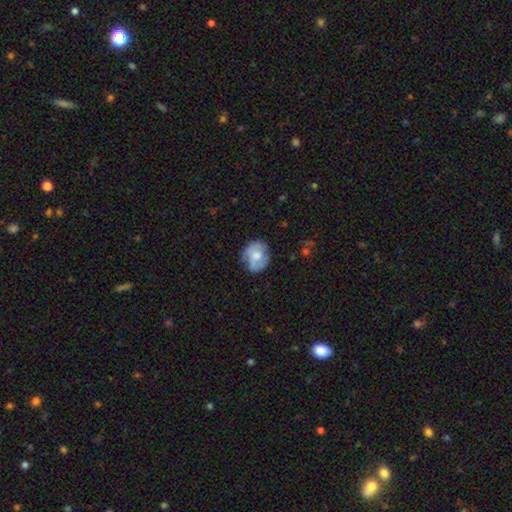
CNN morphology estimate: This appears to be a smooth galaxy with no disk features (53%) that is round (60%). Merging: none (58%).